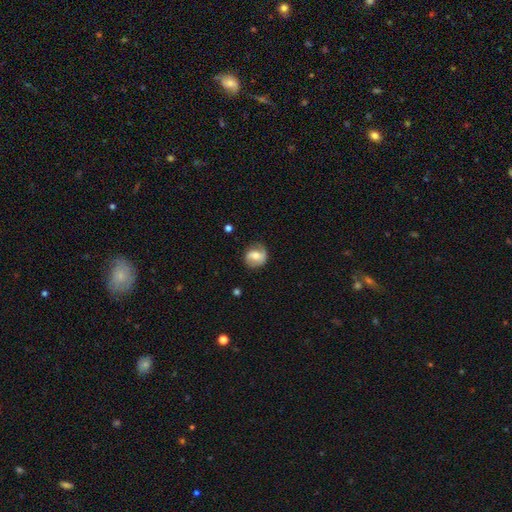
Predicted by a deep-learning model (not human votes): Smooth or featured? featured or disk (49%)
Merging? none (71%)